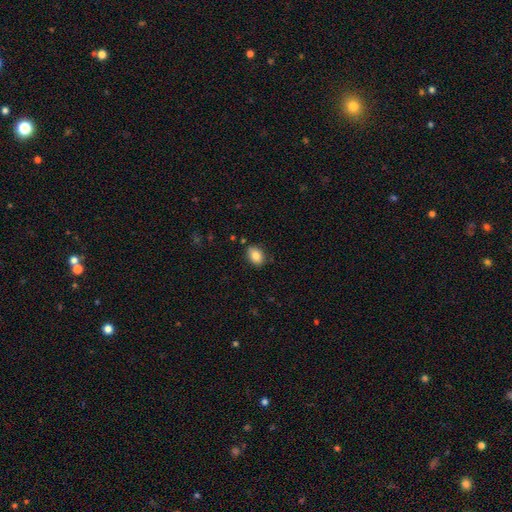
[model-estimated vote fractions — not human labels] A smooth galaxy with no disk features (84%) that is in between round and cigar-shaped (71%).

Vote fractions:
- Smooth or featured? smooth: 84% / star or artifact: 8% / featured or disk: 7%
- How rounded? in between: 71% / round: 28% / cigar-shaped: 1%
- Merging? none: 81% / minor disturbance: 14% / merger: 3% / major disturbance: 2%